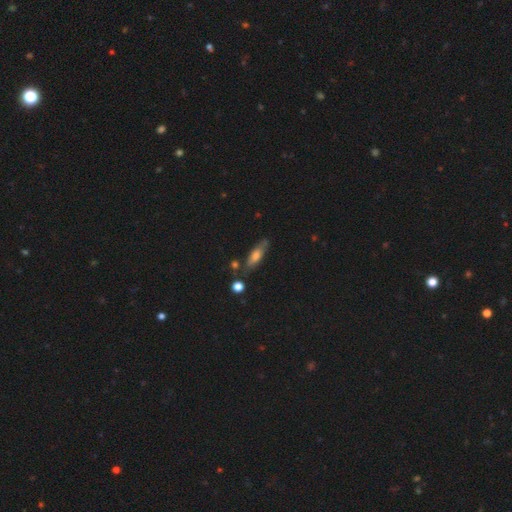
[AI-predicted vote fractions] Smooth or featured? smooth (55%)
How rounded? cigar-shaped (58%)
Merging? none (72%)